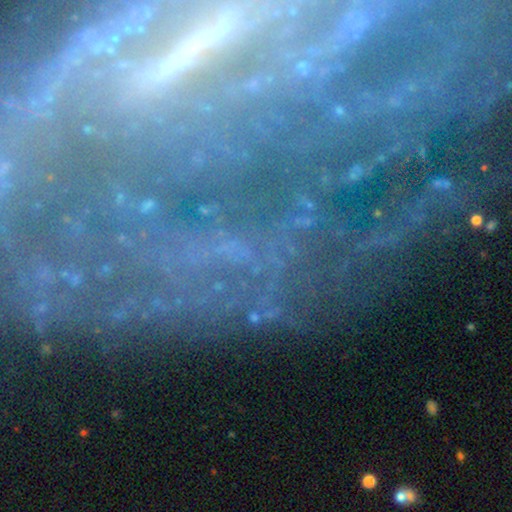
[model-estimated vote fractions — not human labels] This is marginally a featured or disk galaxy (43%, tied with star or artifact). Merging: likely none (66%).